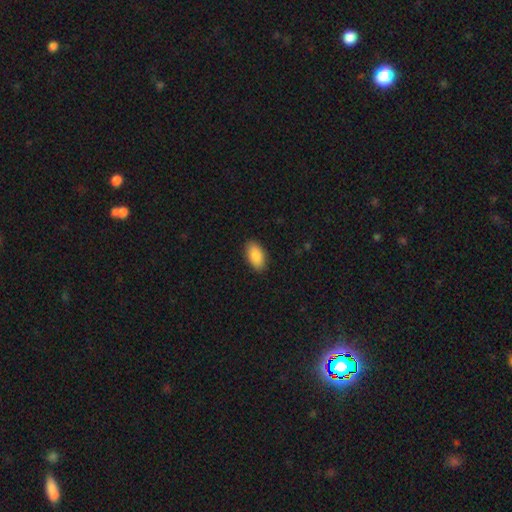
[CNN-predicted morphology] Smooth or featured?
  - smooth: 89% *
  - star or artifact: 6%
  - featured or disk: 5%
How rounded?
  - in between: 94% *
  - round: 3%
  - cigar-shaped: 3%
Merging?
  - none: 89% *
  - minor disturbance: 8%
  - major disturbance: 2%
  - merger: 1%